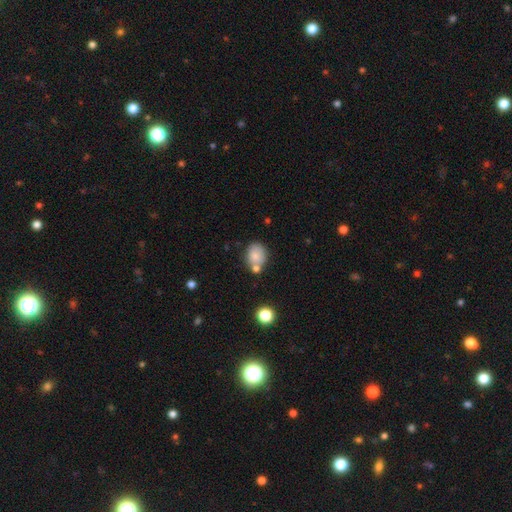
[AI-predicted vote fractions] This is clearly a smooth galaxy (81%). How rounded: possibly round (51%). Merging: likely none (62%).